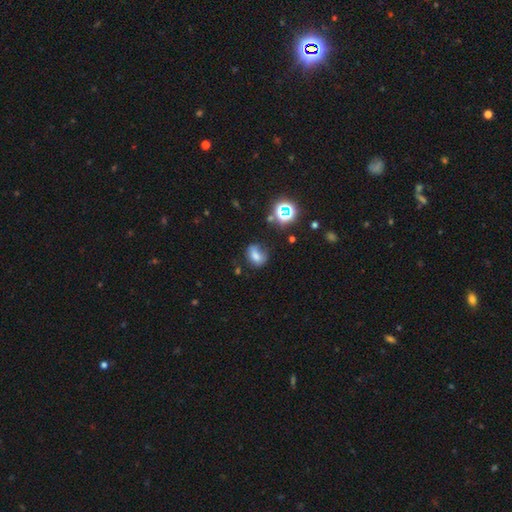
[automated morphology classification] Q: Smooth or featured?
A: smooth (68%); runner-up: star or artifact (18%)
Q: How rounded?
A: in between (62%); runner-up: round (36%)
Q: Merging?
A: none (50%); runner-up: minor disturbance (29%)